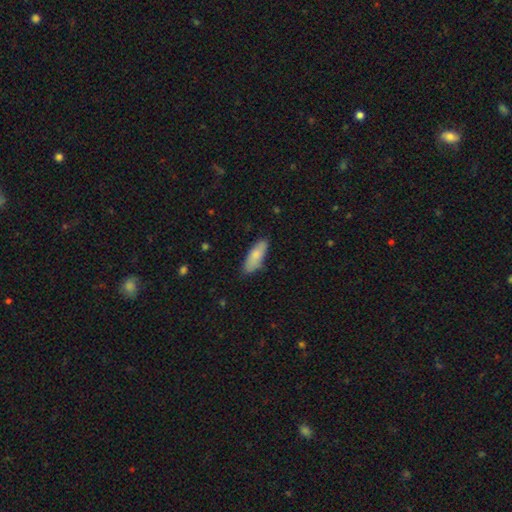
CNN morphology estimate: Overall: smooth (79%). How rounded: in between (67%; cigar-shaped 31%). Merging: none (80%).